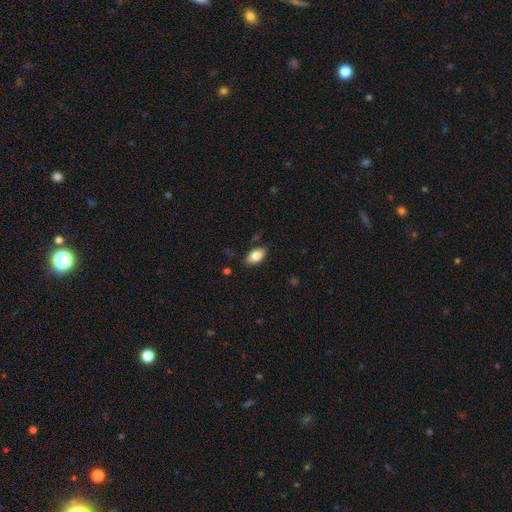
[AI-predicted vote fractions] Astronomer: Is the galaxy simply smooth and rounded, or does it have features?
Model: smooth — 80%.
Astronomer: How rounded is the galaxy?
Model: in between — 92%.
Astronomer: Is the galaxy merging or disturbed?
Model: none — 84%.